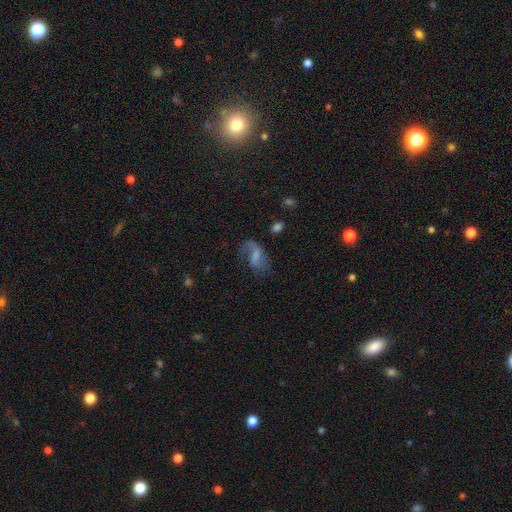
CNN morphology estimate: This is possibly a featured or disk galaxy (57%). It is clearly not viewed edge-on (96%). Bar: possibly weak (47%). Spiral arm pattern: clearly yes (81%). Central bulge: marginally none (41%). Merging: marginally none (44%).